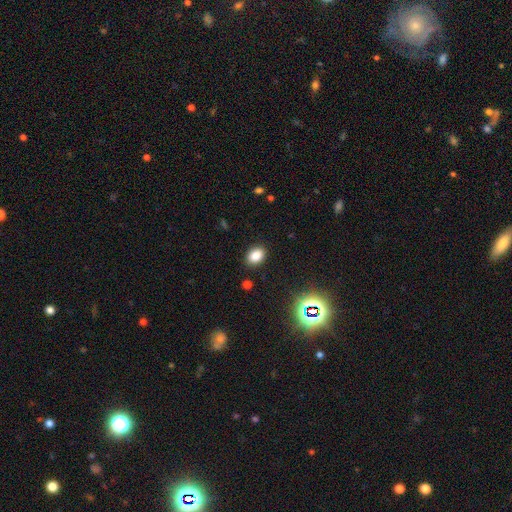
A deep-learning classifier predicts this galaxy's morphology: smooth 82%, star or artifact 13%, featured or disk 5%. Down the decision tree: how rounded — in between (74%); merging — none (88%).